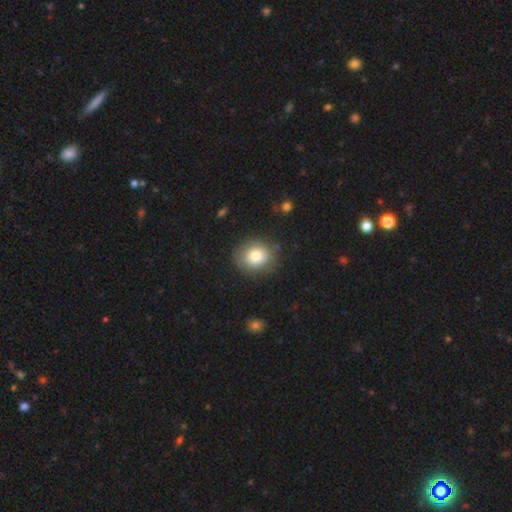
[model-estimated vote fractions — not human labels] Morphology: type=smooth (77%); roundness=round (71%); merging=none (80%).